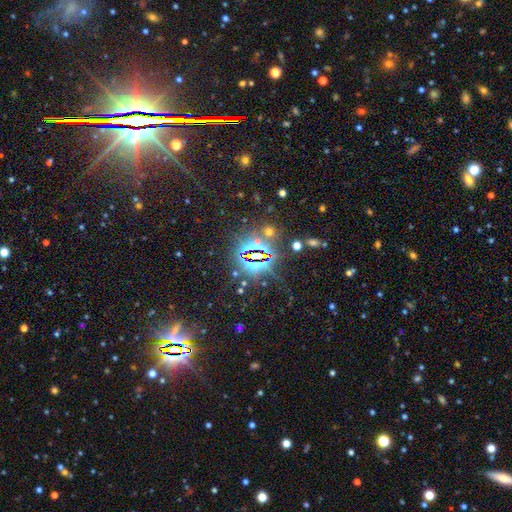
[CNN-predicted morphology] This appears to be a star or artifact, not a galaxy (82%).